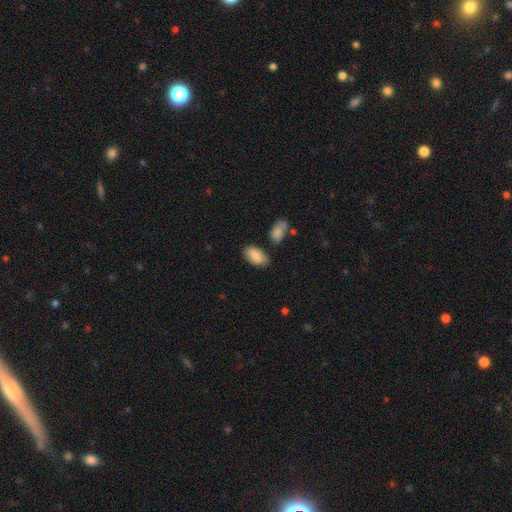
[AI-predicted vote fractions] Smooth or featured? smooth (83%)
How rounded? in between (94%)
Merging? none (75%)